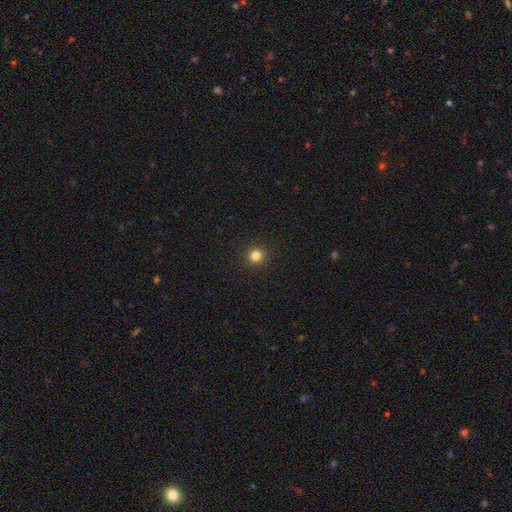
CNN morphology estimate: This is clearly a smooth galaxy (81%). How rounded: clearly round (93%). Merging: clearly none (93%).